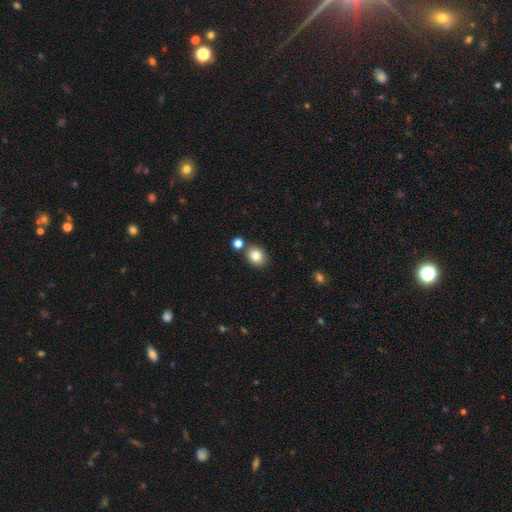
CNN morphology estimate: Q: Smooth or featured?
A: smooth (83%); runner-up: star or artifact (10%)
Q: How rounded?
A: round (59%); runner-up: in between (40%)
Q: Merging?
A: none (76%); runner-up: merger (12%)